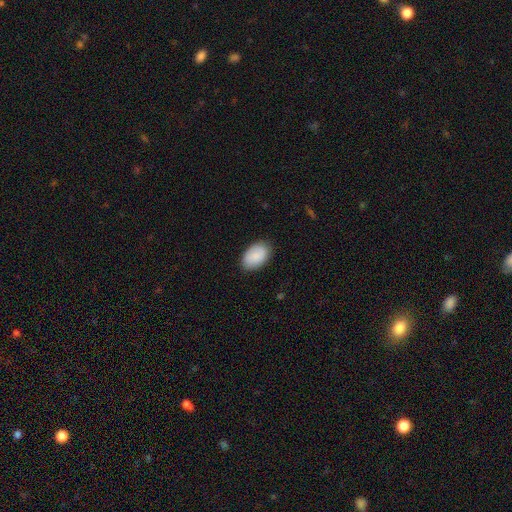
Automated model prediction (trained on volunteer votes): A smooth galaxy with no disk features (88%) that is in between round and cigar-shaped (92%).

Vote fractions:
- Smooth or featured? smooth: 88% / featured or disk: 6% / star or artifact: 6%
- How rounded? in between: 92% / round: 7% / cigar-shaped: 1%
- Merging? none: 85% / minor disturbance: 12% / major disturbance: 2% / merger: 1%